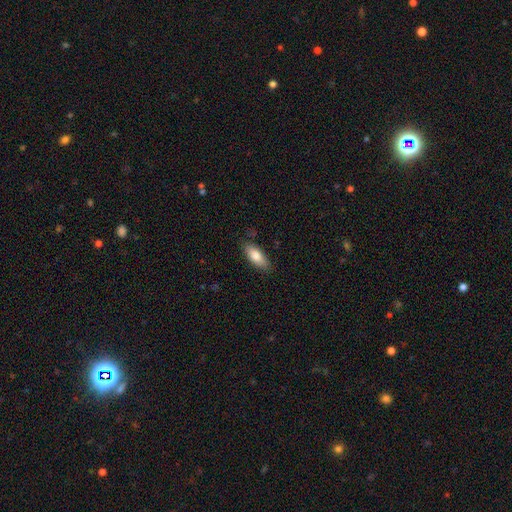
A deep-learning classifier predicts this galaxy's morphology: smooth 81%, featured or disk 13%, star or artifact 6%. Down the decision tree: how rounded — in between (76%); merging — none (84%).